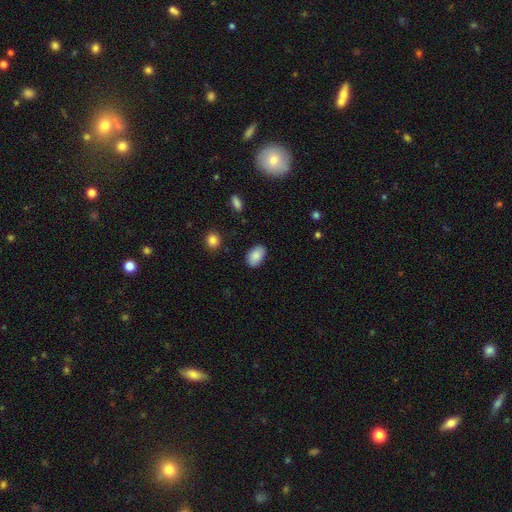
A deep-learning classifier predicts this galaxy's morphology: Smooth or featured? Predicted: smooth (p=0.88). How rounded? Predicted: in between (p=0.92). Merging? Predicted: none (p=0.85).